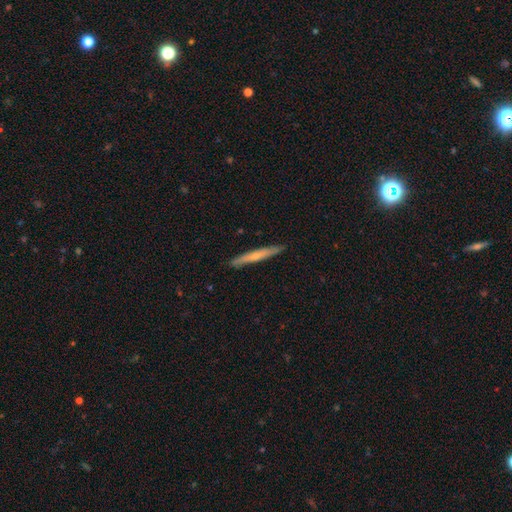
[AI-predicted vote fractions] Smooth or featured? smooth (49%)
Merging? none (90%)